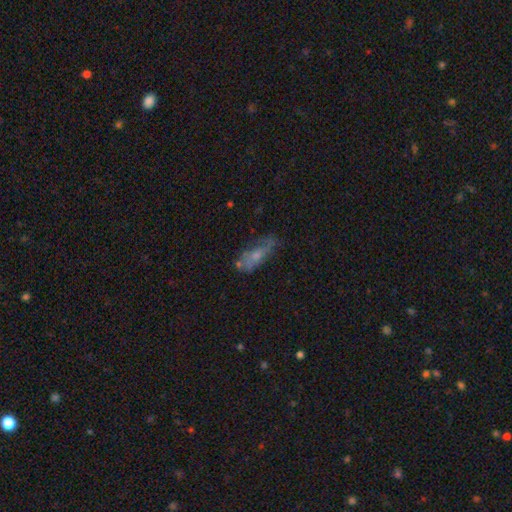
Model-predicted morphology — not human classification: A smooth galaxy with no disk features (50%) that is in between round and cigar-shaped (63%).

Vote fractions:
- Smooth or featured? smooth: 50% / featured or disk: 40% / star or artifact: 9%
- How rounded? in between: 63% / cigar-shaped: 33% / round: 3%
- Merging? none: 48% / minor disturbance: 29% / major disturbance: 15% / merger: 8%